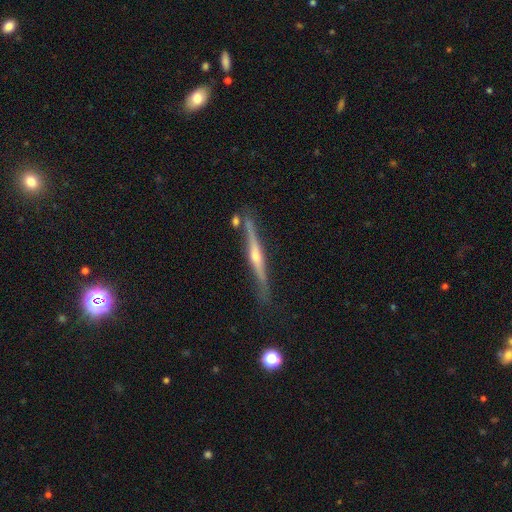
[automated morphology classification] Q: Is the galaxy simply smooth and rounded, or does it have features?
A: featured or disk — 79%.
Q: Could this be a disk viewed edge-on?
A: yes — 97%.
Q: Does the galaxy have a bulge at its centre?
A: rounded — 87%.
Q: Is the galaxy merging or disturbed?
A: none — 77%.